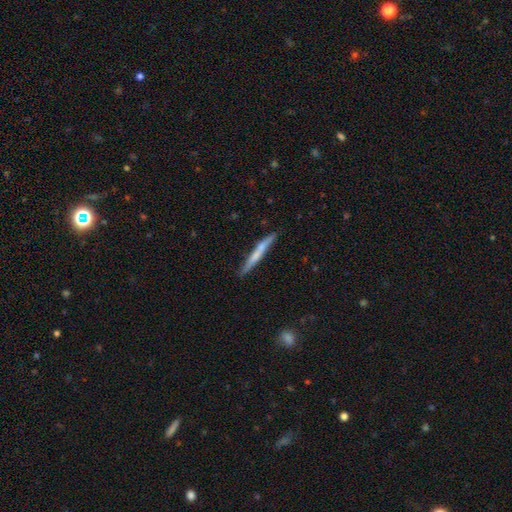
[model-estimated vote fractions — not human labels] This appears to be a smooth galaxy with no disk features (49%). Merging: none (85%).